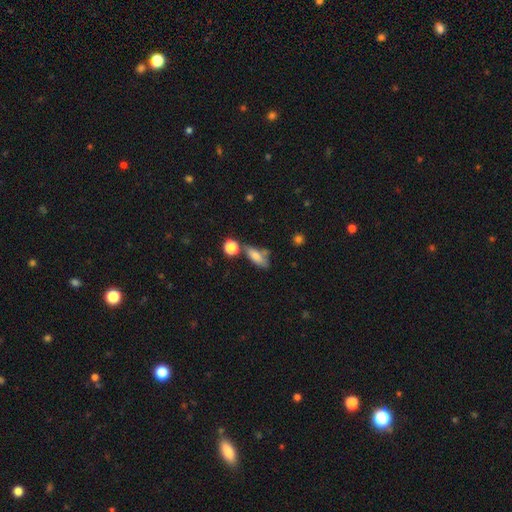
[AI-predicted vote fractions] This is likely a smooth galaxy (74%). How rounded: likely in between (71%). Merging: possibly none (52%).